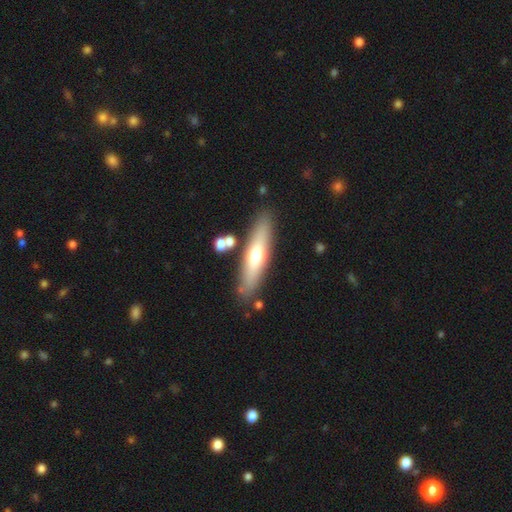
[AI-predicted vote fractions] Q: Smooth or featured?
A: smooth (53%); runner-up: featured or disk (41%)
Q: How rounded?
A: cigar-shaped (74%); runner-up: in between (24%)
Q: Merging?
A: none (84%); runner-up: minor disturbance (9%)